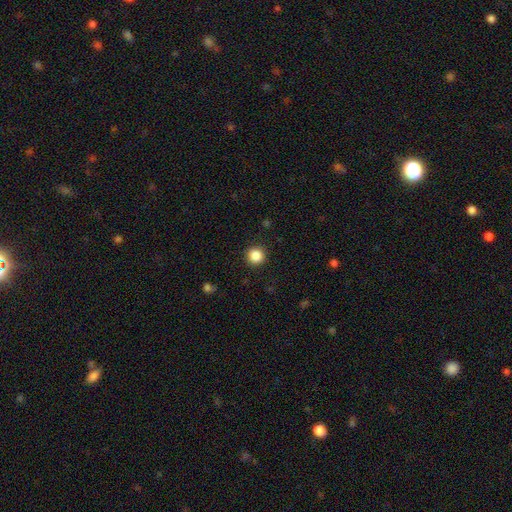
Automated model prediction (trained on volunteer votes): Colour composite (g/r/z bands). It shows a smooth galaxy with no disk features (87%) that is round (94%). Merging: none (92%).